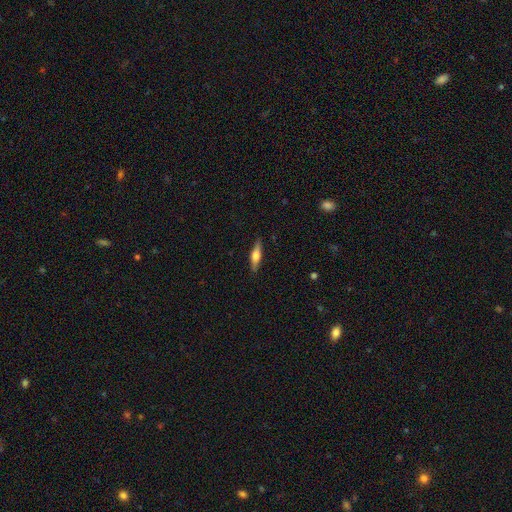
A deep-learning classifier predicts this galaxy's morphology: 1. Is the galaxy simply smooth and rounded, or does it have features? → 52% featured or disk, 42% smooth, 6% star or artifact.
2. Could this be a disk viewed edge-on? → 94% yes, 6% no.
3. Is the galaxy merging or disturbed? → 88% none, 9% minor disturbance, 2% major disturbance, 1% merger.